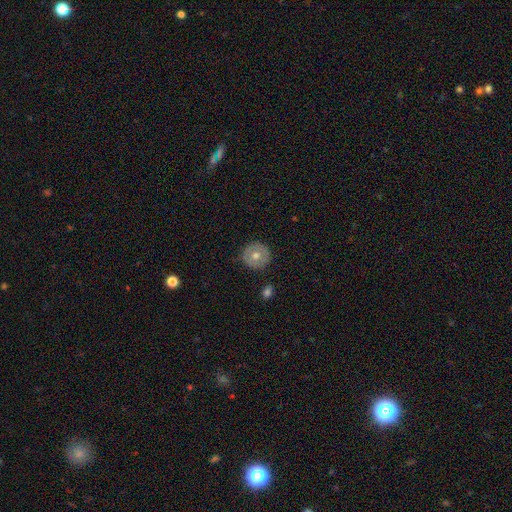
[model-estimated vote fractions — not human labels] Morphology: type=smooth (55%); roundness=round (93%); merging=none (89%).